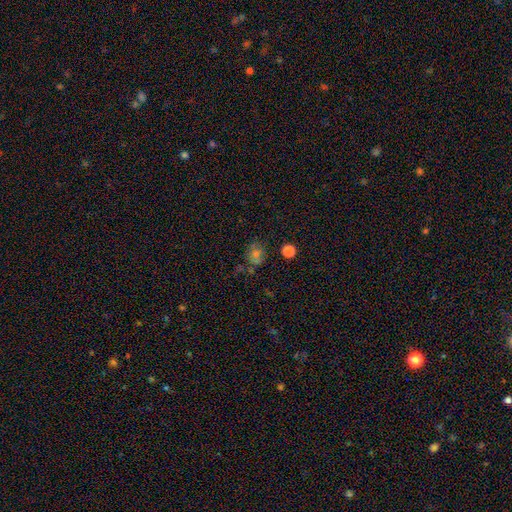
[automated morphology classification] Smooth or featured?
  - smooth: 62% *
  - star or artifact: 22%
  - featured or disk: 16%
How rounded?
  - round: 67% *
  - in between: 32%
  - cigar-shaped: 1%
Merging?
  - none: 67% *
  - minor disturbance: 18%
  - merger: 8%
  - major disturbance: 7%